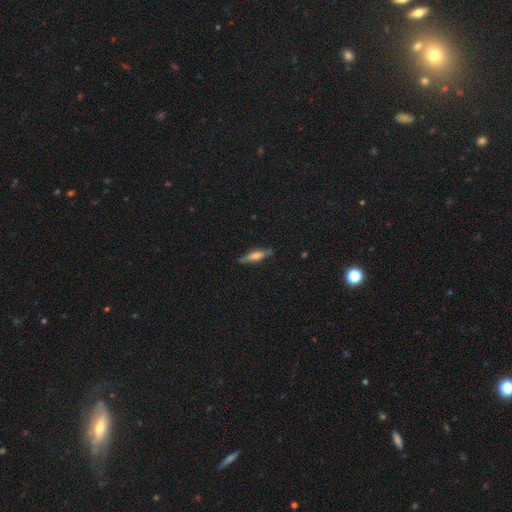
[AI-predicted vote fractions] featured or disk 51%, smooth 43%, star or artifact 7%. Down the decision tree: edge-on disk — yes (92%); merging — none (84%).